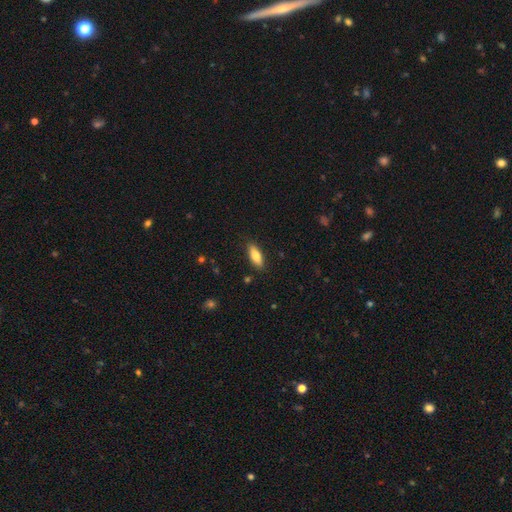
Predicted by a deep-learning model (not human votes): Morphology: type=smooth (79%); roundness=in between (71%); merging=none (87%).